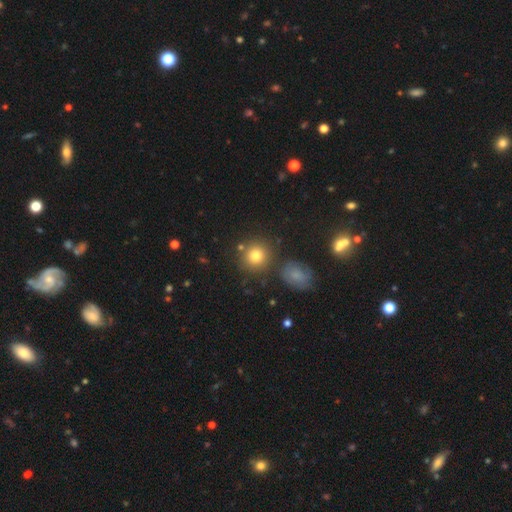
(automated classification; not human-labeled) Morphology: type=smooth (79%); roundness=round (90%); merging=none (76%).